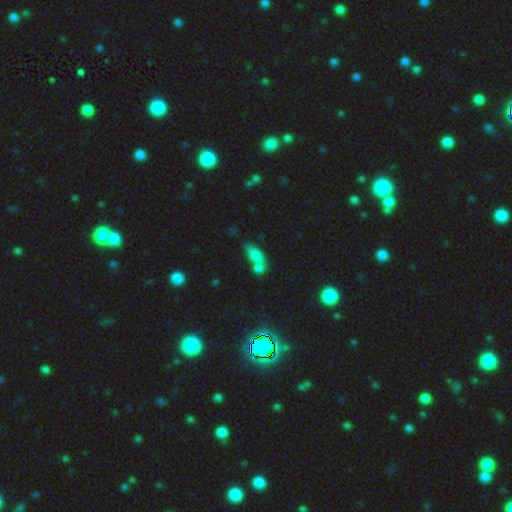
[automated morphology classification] Smooth or featured?
  - smooth: 71% *
  - star or artifact: 17%
  - featured or disk: 12%
How rounded?
  - in between: 79% *
  - cigar-shaped: 12%
  - round: 9%
Merging?
  - merger: 47% *
  - none: 37%
  - minor disturbance: 11%
  - major disturbance: 5%